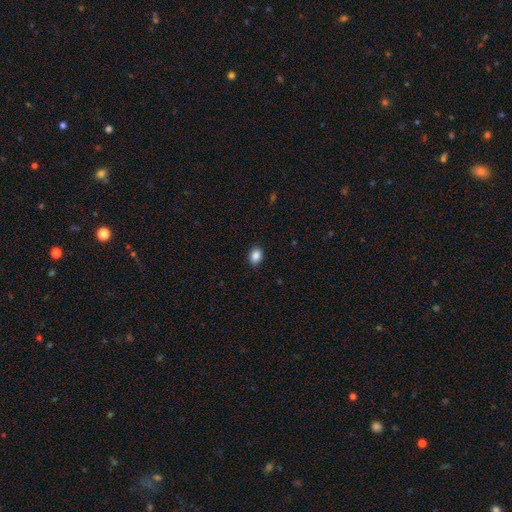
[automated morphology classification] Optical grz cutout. It shows a smooth galaxy with no disk features (88%) that is in between round and cigar-shaped (73%). Merging: none (88%).